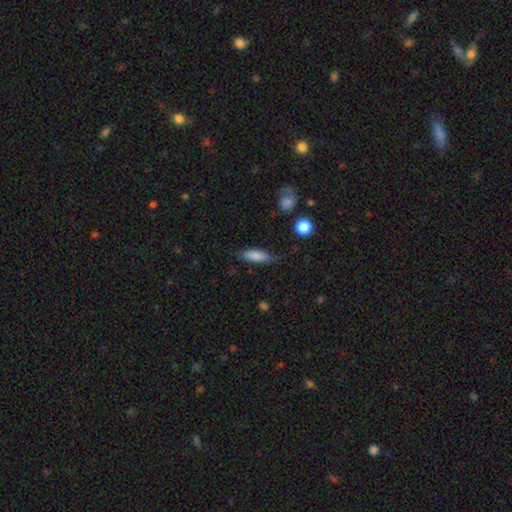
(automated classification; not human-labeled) This is likely a smooth galaxy (78%). How rounded: possibly in between (52%). Merging: likely none (66%).